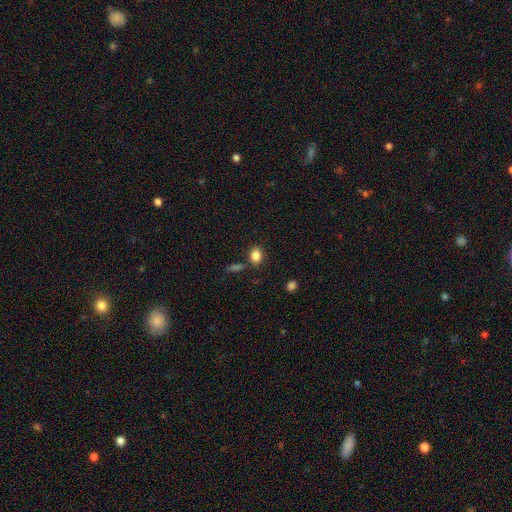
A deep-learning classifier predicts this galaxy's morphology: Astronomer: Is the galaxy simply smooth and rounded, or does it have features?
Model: smooth — 85%.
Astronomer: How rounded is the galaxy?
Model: in between — 70%.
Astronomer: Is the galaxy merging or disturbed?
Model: none — 76%.